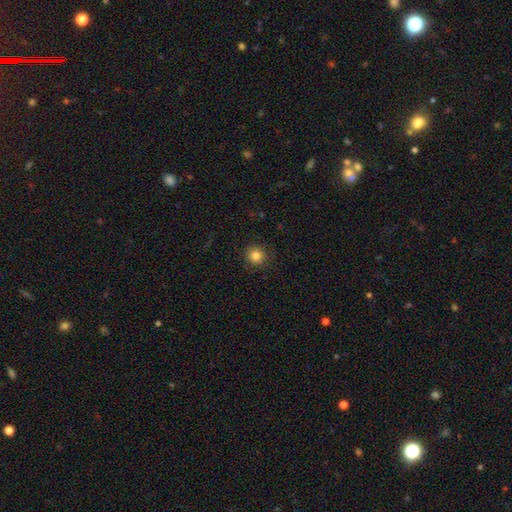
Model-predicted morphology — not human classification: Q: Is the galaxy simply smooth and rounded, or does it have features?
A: smooth — 83%.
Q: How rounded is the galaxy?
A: round — 93%.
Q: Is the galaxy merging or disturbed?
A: none — 89%.